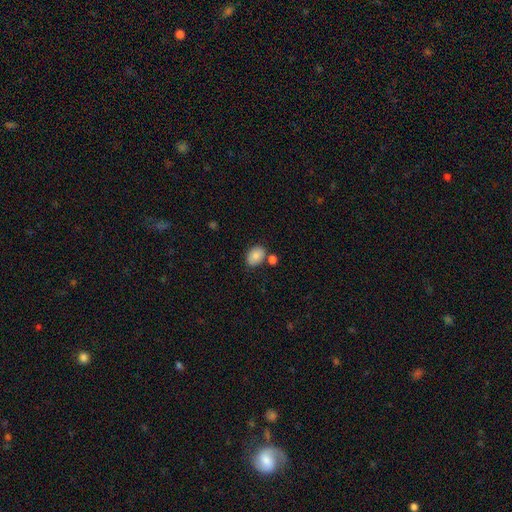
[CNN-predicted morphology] type=smooth (84%); roundness=in between (82%); merging=none (69%).